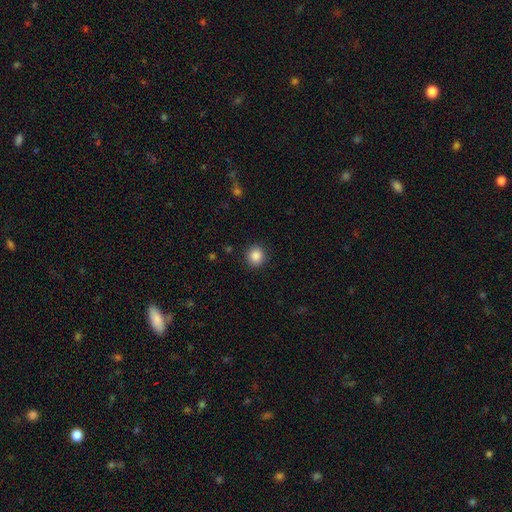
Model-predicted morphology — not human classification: smooth 87%, star or artifact 10%, featured or disk 4%. Down the decision tree: how rounded — round (90%); merging — none (91%).